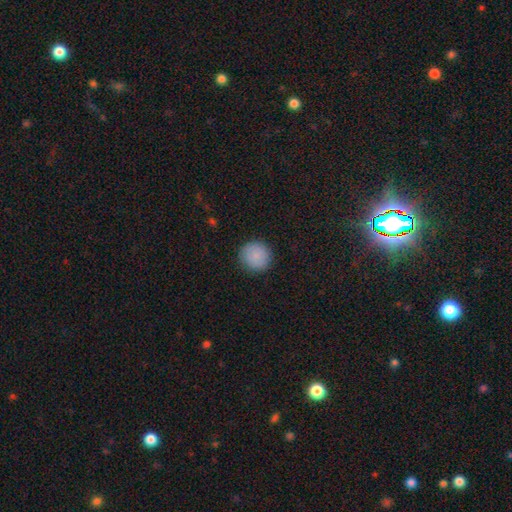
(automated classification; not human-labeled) This is clearly a smooth galaxy (87%). How rounded: clearly round (93%). Merging: clearly none (89%).